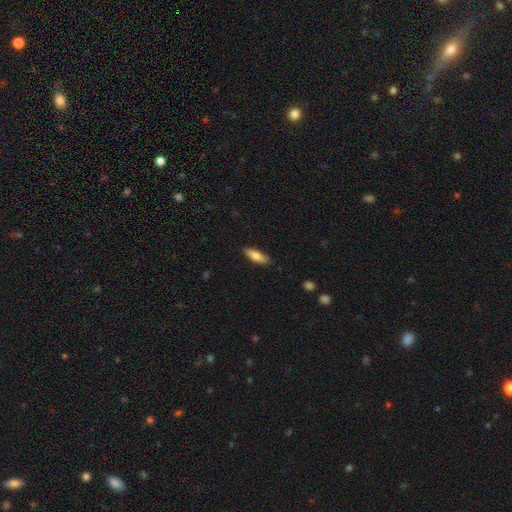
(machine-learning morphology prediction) smooth-or-featured: smooth: 76% | featured or disk: 18% | star or artifact: 6%
  how-rounded: in between: 56% | cigar-shaped: 42% | round: 2%
  merging: none: 83% | minor disturbance: 14% | major disturbance: 2% | merger: 1%